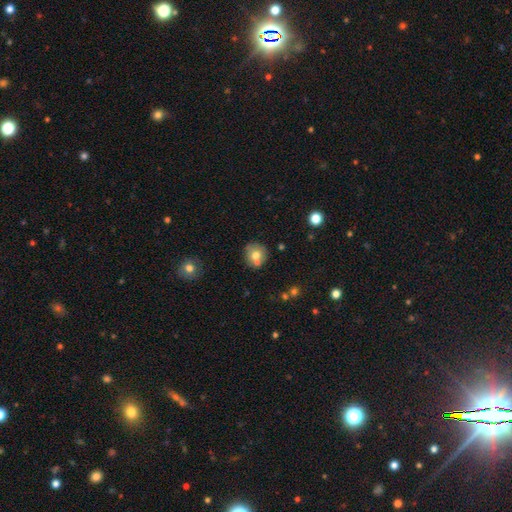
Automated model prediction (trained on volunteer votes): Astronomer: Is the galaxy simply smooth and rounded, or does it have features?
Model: smooth — 70%.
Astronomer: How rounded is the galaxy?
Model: round — 85%.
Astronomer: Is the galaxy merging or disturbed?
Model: none — 62%.